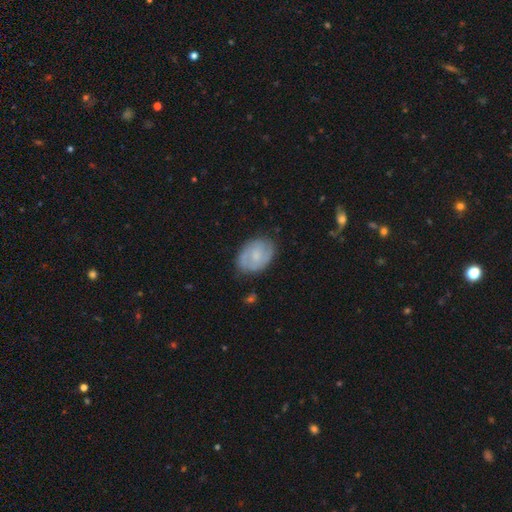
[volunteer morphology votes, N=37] This appears to be a featured or disk galaxy (62%) with a weak bar (48%), 2 (75%) medium (50%) spiral arms (87%) and a small central bulge (43%). Merging: none (83%).